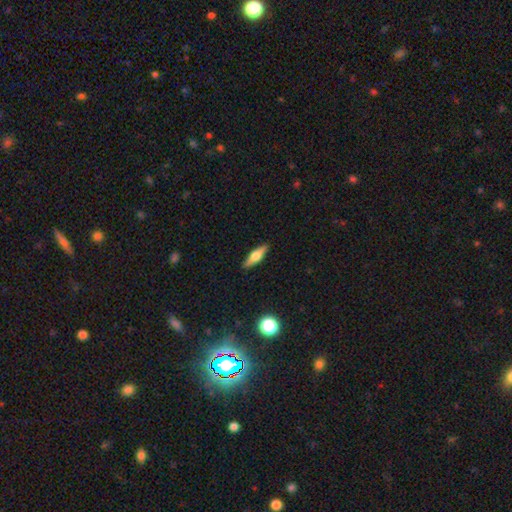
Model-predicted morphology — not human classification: A featured or disk galaxy (52%) viewed edge-on (94%). Merging: none (90%).